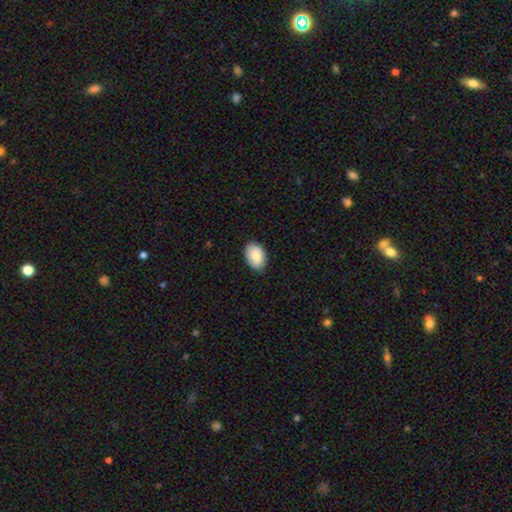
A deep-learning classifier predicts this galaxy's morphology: This is clearly a smooth galaxy (86%). How rounded: clearly in between (90%). Merging: clearly none (86%).